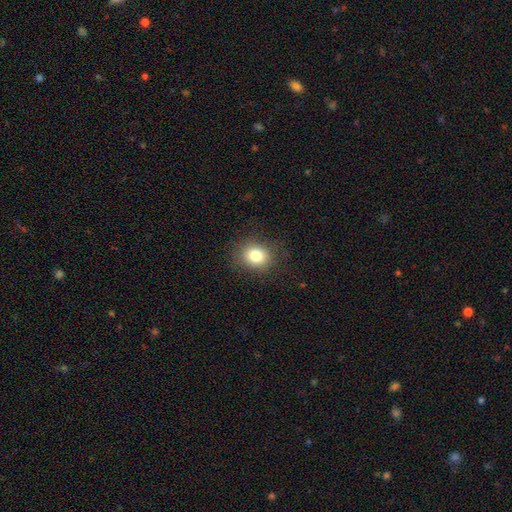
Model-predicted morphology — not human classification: Smooth or featured? smooth (82%)
How rounded? round (65%)
Merging? none (84%)